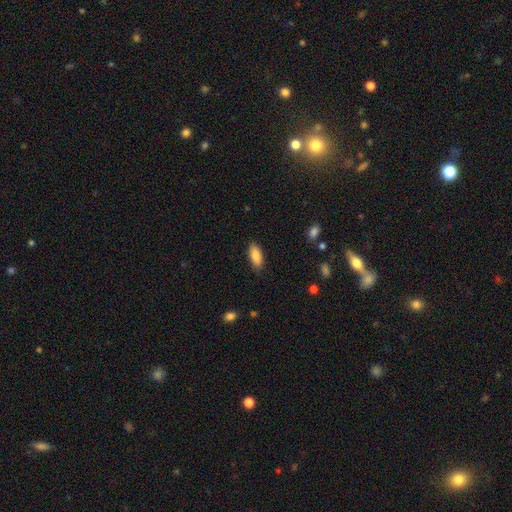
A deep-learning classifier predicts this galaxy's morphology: This is clearly a smooth galaxy (88%). How rounded: likely in between (80%). Merging: clearly none (85%).